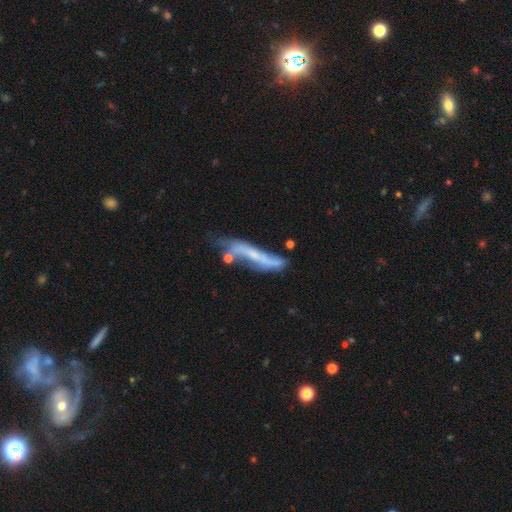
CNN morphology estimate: Q: Smooth or featured?
A: featured or disk (58%); runner-up: smooth (34%)
Q: Edge-on disk?
A: yes (55%); runner-up: no (45%)
Q: Merging?
A: none (43%); runner-up: minor disturbance (29%)